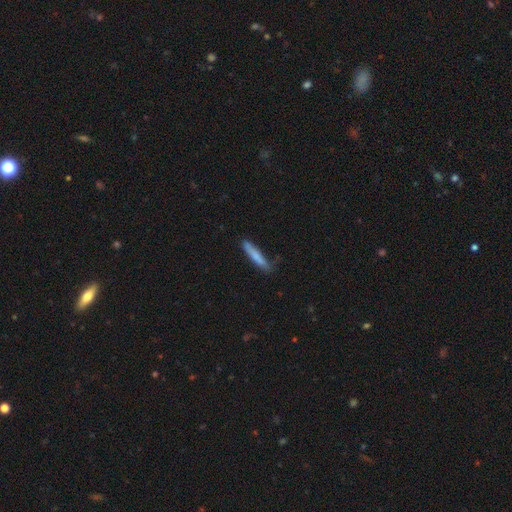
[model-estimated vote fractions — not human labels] Overall: smooth (73%). How rounded: cigar-shaped (91%). Merging: none (73%).